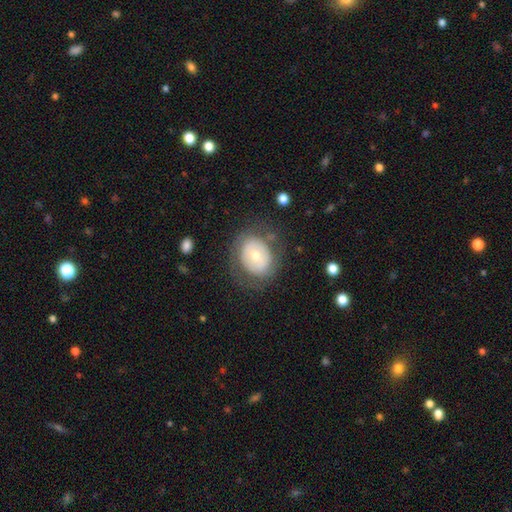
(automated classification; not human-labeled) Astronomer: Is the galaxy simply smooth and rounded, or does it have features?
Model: smooth — 51% (runner-up: featured or disk, 41%).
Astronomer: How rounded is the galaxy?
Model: round — 63%.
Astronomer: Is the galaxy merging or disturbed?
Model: none — 71%.